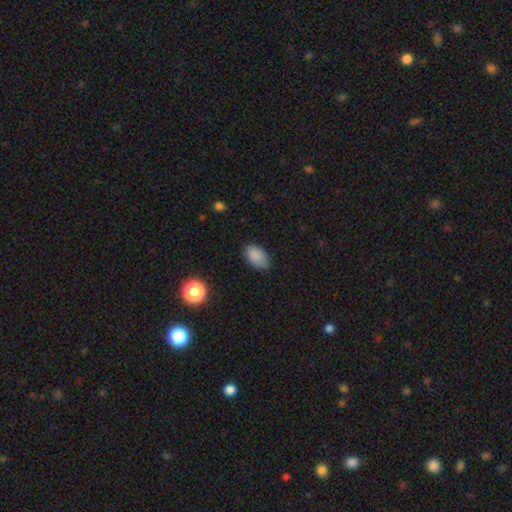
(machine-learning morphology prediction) smooth-or-featured: smooth: 86% | star or artifact: 9% | featured or disk: 5%
  how-rounded: in between: 91% | round: 7% | cigar-shaped: 1%
  merging: none: 77% | minor disturbance: 19% | major disturbance: 4% | merger: 1%